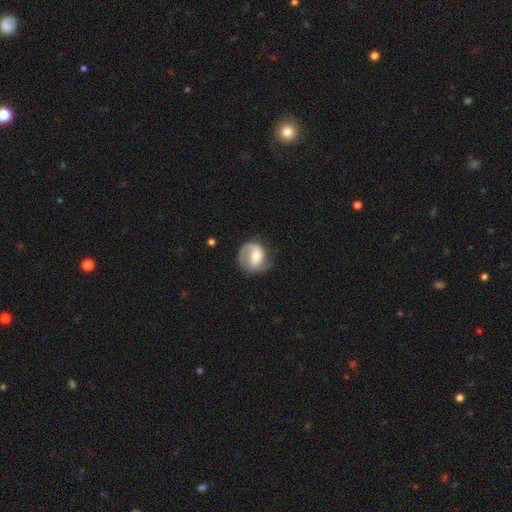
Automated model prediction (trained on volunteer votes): This appears to be a featured or disk galaxy (66%) with a weak bar (45%), 2 (57%) medium (43%) spiral arms (89%) and a moderate central bulge (55%). Merging: none (64%).